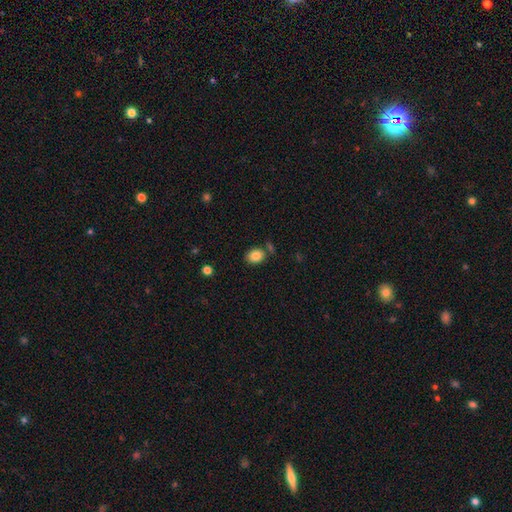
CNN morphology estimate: A smooth galaxy with no disk features (84%) that is in between round and cigar-shaped (61%).

Vote fractions:
- Smooth or featured? smooth: 84% / star or artifact: 9% / featured or disk: 7%
- How rounded? in between: 61% / round: 38% / cigar-shaped: 1%
- Merging? none: 75% / minor disturbance: 13% / merger: 9% / major disturbance: 3%